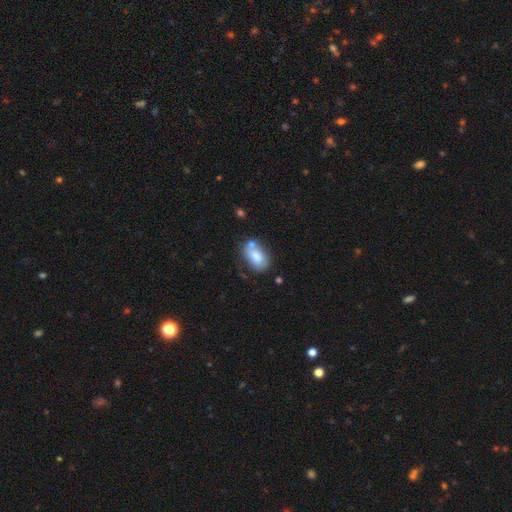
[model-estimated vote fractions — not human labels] Smooth or featured? Predicted: smooth (p=0.73). How rounded? Predicted: in between (p=0.86). Merging? Predicted: none (p=0.50).